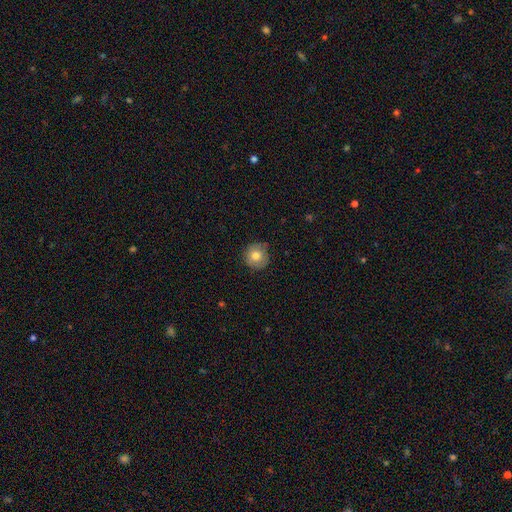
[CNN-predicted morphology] This is likely a smooth galaxy (76%). How rounded: clearly round (94%). Merging: likely none (78%).